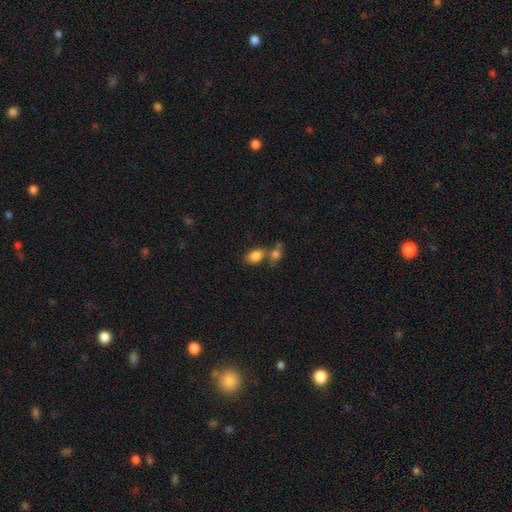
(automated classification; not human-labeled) Smooth or featured?
  - smooth: 83% *
  - star or artifact: 9%
  - featured or disk: 8%
How rounded?
  - in between: 82% *
  - round: 16%
  - cigar-shaped: 2%
Merging?
  - none: 42% * (tied)
  - merger: 42% * (tied)
  - minor disturbance: 11%
  - major disturbance: 5%